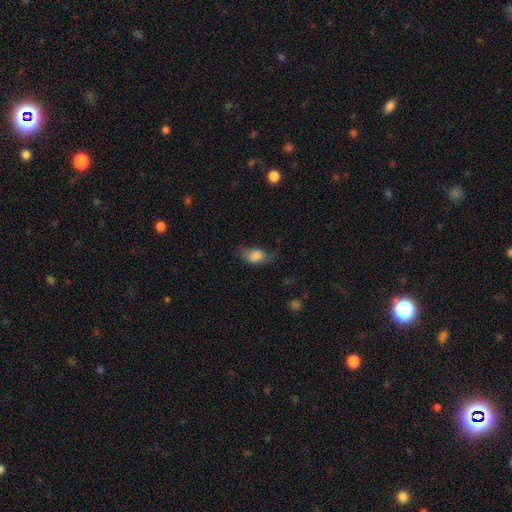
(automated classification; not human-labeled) This appears to be a smooth galaxy with no disk features (79%) that is in between round and cigar-shaped (87%). Merging: none (41%).